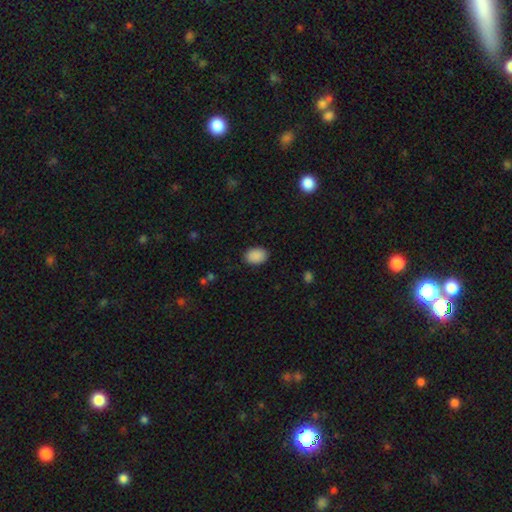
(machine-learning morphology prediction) This is clearly a smooth galaxy (90%). How rounded: likely in between (77%). Merging: clearly none (87%).